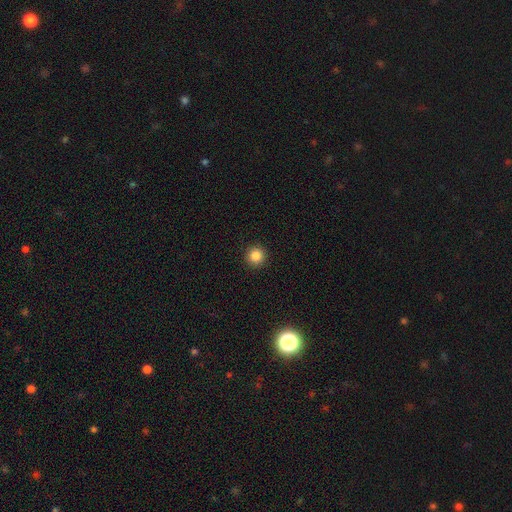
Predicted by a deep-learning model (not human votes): Smooth or featured? Predicted: smooth (p=0.85). How rounded? Predicted: round (p=0.96). Merging? Predicted: none (p=0.93).